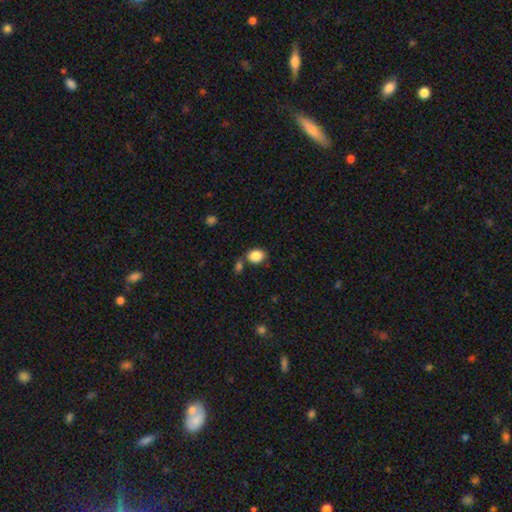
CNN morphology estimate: type=smooth (86%); roundness=in between (59%); merging=none (71%).